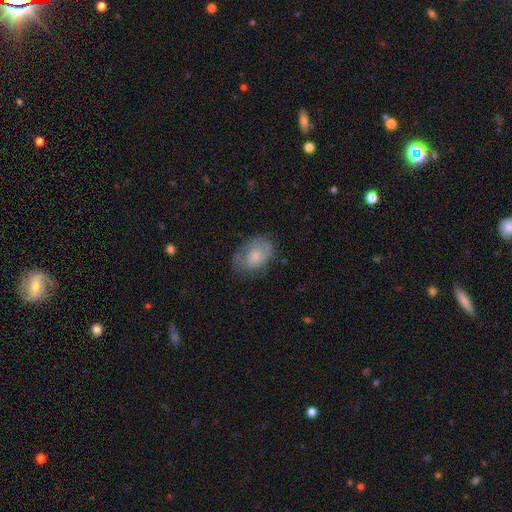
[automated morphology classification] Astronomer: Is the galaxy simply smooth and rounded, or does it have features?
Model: smooth — 61%.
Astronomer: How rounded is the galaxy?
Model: in between — 81%.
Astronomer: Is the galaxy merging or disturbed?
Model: none — 60%.